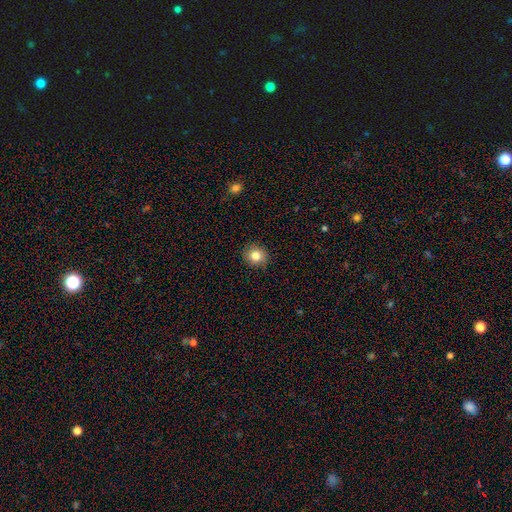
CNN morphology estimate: Q: Smooth or featured?
A: smooth (82%); runner-up: star or artifact (10%)
Q: How rounded?
A: round (82%); runner-up: in between (17%)
Q: Merging?
A: none (89%); runner-up: minor disturbance (8%)